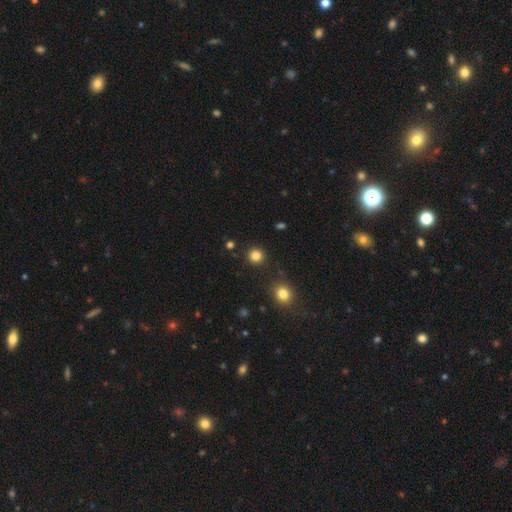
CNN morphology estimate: Smooth or featured? Predicted: smooth (p=0.83). How rounded? Predicted: round (p=0.94). Merging? Predicted: none (p=0.91).